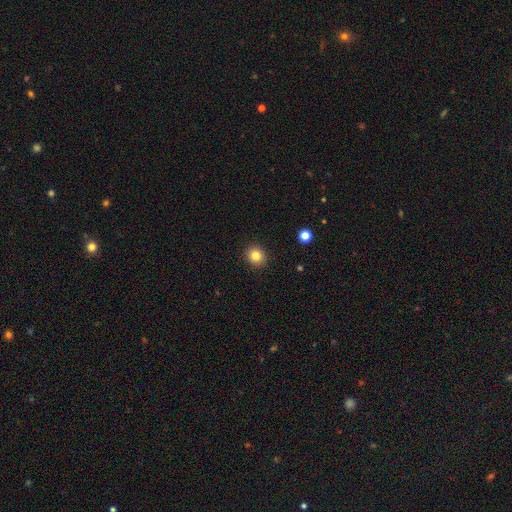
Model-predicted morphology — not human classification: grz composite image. It shows a smooth galaxy with no disk features (83%) that is round (84%). Merging: none (92%).